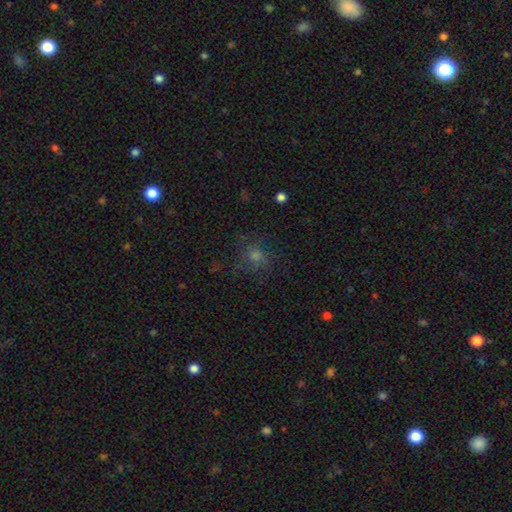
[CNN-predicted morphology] Smooth or featured?
  - smooth: 51% *
  - star or artifact: 30%
  - featured or disk: 19%
How rounded?
  - round: 82% *
  - in between: 17%
  - cigar-shaped: 1%
Merging?
  - none: 73% *
  - minor disturbance: 15%
  - major disturbance: 11%
  - merger: 2%